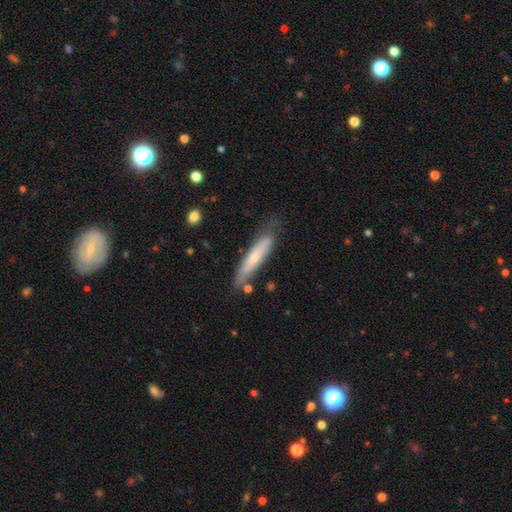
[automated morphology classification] smooth 56%, featured or disk 37%, star or artifact 6%. Down the decision tree: how rounded — cigar-shaped (87%); merging — none (70%).